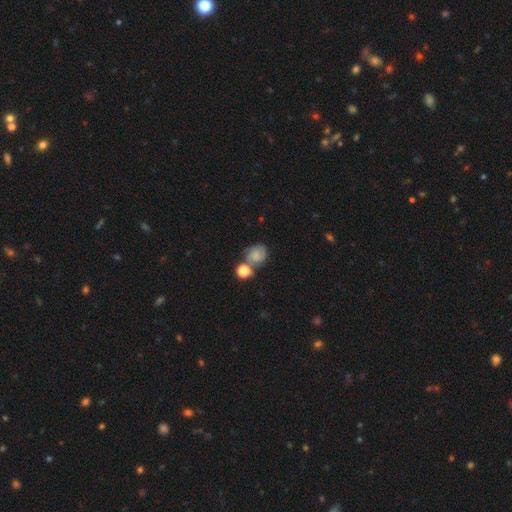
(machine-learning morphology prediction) type=smooth (55%); roundness=round (67%); merging=none (48%).